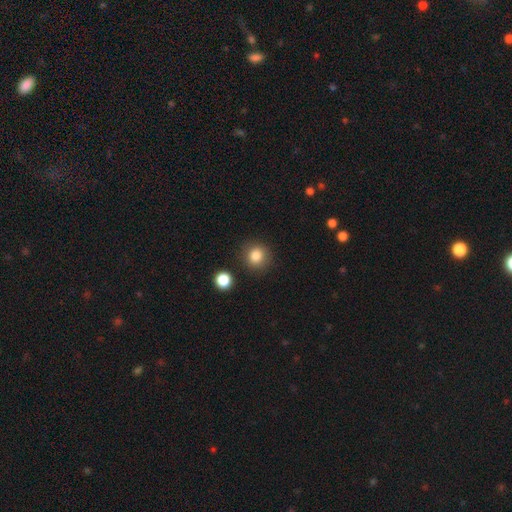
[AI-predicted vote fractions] Smooth or featured?
  - smooth: 83% *
  - star or artifact: 11%
  - featured or disk: 6%
How rounded?
  - round: 90% *
  - in between: 9%
  - cigar-shaped: 1%
Merging?
  - none: 88% *
  - minor disturbance: 7%
  - merger: 3%
  - major disturbance: 2%